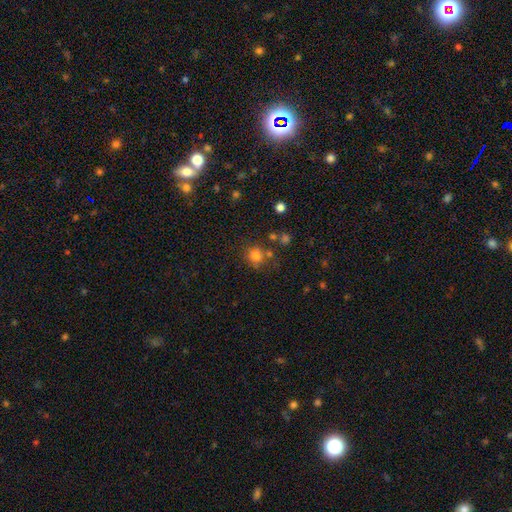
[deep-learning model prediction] smooth-or-featured: smooth: 74% | star or artifact: 17% | featured or disk: 10%
  how-rounded: round: 80% | in between: 19% | cigar-shaped: 1%
  merging: none: 66% | minor disturbance: 15% | merger: 13% | major disturbance: 6%